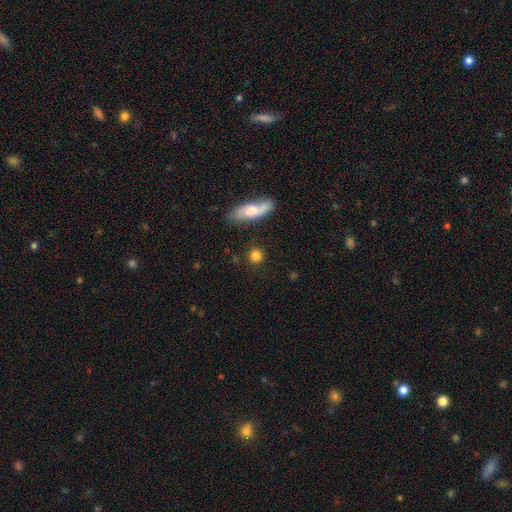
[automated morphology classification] Q: Smooth or featured?
A: smooth (83%); runner-up: star or artifact (9%)
Q: How rounded?
A: round (84%); runner-up: in between (12%)
Q: Merging?
A: none (83%); runner-up: minor disturbance (9%)